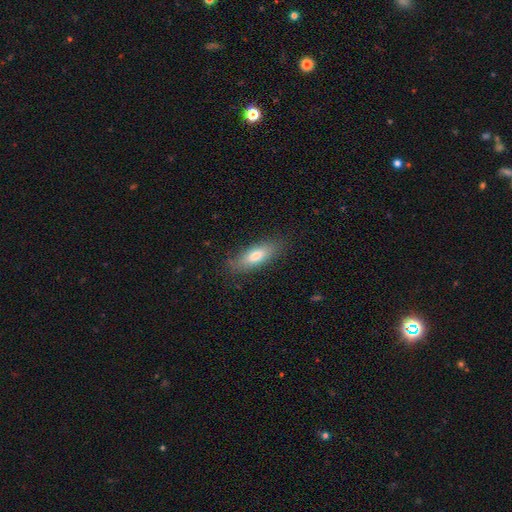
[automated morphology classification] smooth_or_featured: smooth (p=0.74) [alt: featured or disk p=0.20]
how_rounded: in between (p=0.60) [alt: cigar-shaped p=0.38]
merging: none (p=0.81) [alt: minor disturbance p=0.14]